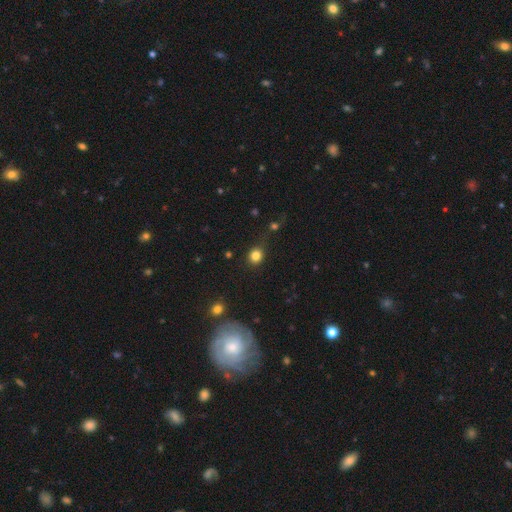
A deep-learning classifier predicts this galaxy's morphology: A smooth galaxy with no disk features (82%) that is round (79%). Merging: none (76%).